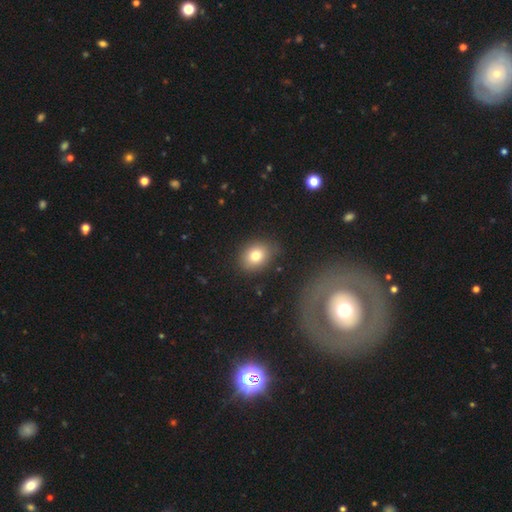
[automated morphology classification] Smooth or featured? Predicted: smooth (p=0.79). How rounded? Predicted: in between (p=0.58). Merging? Predicted: none (p=0.82).